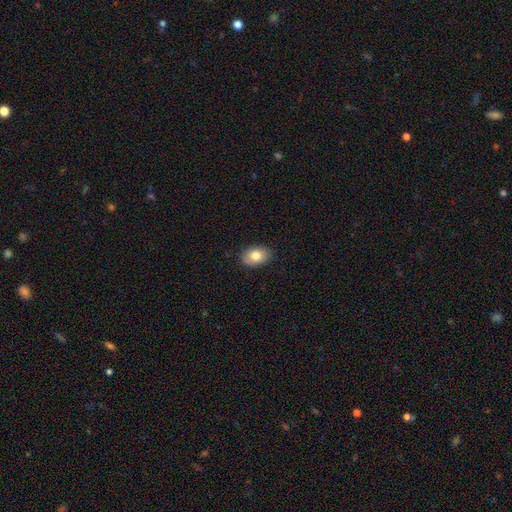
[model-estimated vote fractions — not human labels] This appears to be a smooth galaxy with no disk features (80%) that is in between round and cigar-shaped (86%). Merging: none (86%).